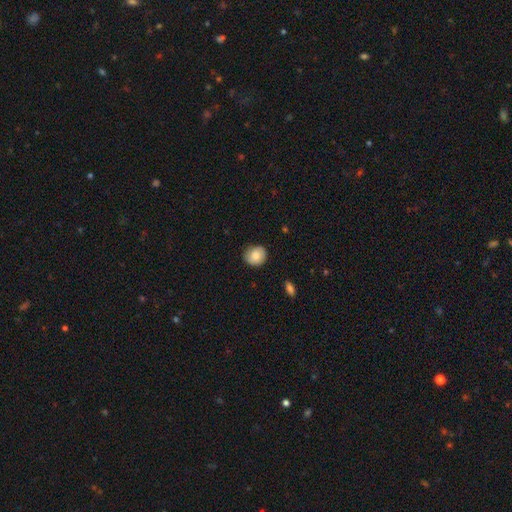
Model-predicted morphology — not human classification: smooth_or_featured: smooth (p=0.82) [alt: featured or disk p=0.10]
how_rounded: round (p=0.75) [alt: in between p=0.24]
merging: none (p=0.79) [alt: minor disturbance p=0.17]